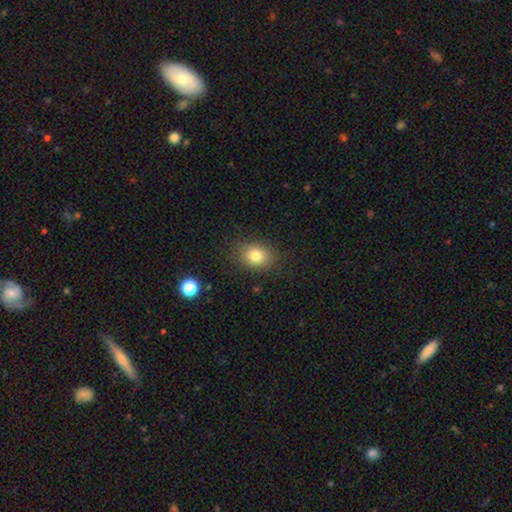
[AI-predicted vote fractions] Smooth or featured? Predicted: smooth (p=0.80). How rounded? Predicted: in between (p=0.50). Merging? Predicted: none (p=0.85).